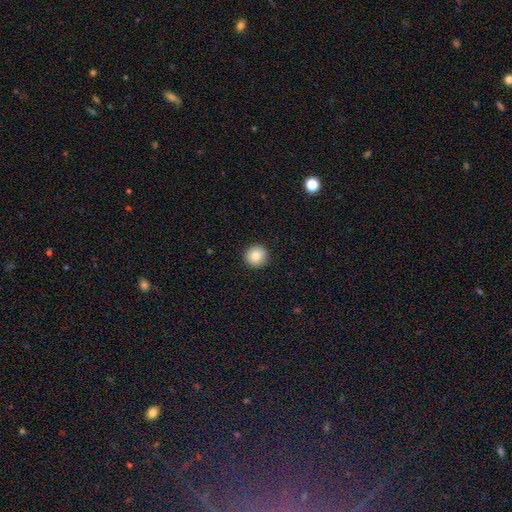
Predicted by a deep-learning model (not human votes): The model was most divided on "smooth or featured": smooth: 84%, star or artifact: 9%, featured or disk: 7%. More confident: how rounded — round (95%); merging — none (93%).